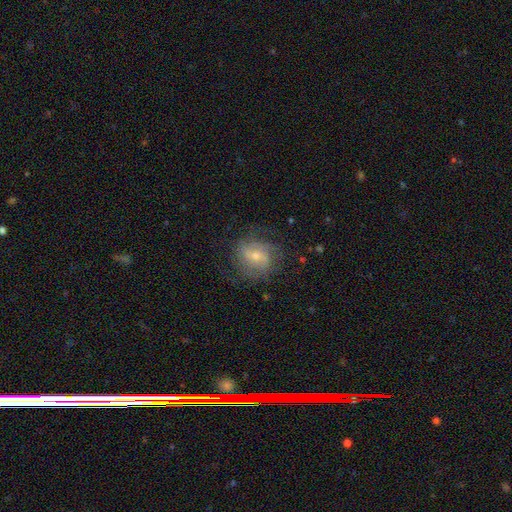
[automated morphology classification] Smooth or featured? featured or disk (58%)
Edge-on disk? no (96%)
Bar? weak (45%)
Spiral arms? yes (77%)
Bulge size? moderate (49%)
Merging? none (65%)